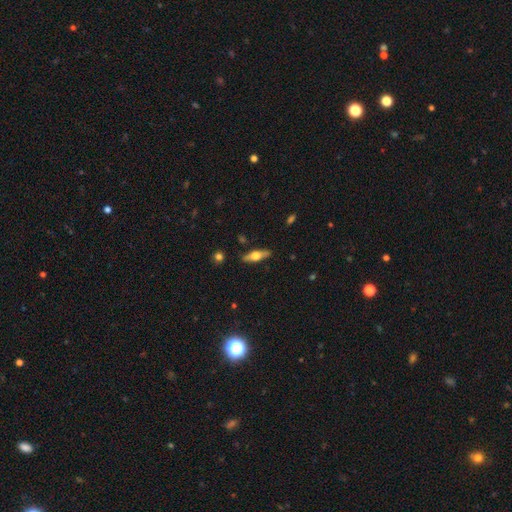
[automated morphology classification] Smooth or featured?
  - featured or disk: 52% *
  - smooth: 42%
  - star or artifact: 6%
Edge-on disk?
  - yes: 90% *
  - no: 10%
Merging?
  - none: 87% *
  - minor disturbance: 9%
  - major disturbance: 2%
  - merger: 1%